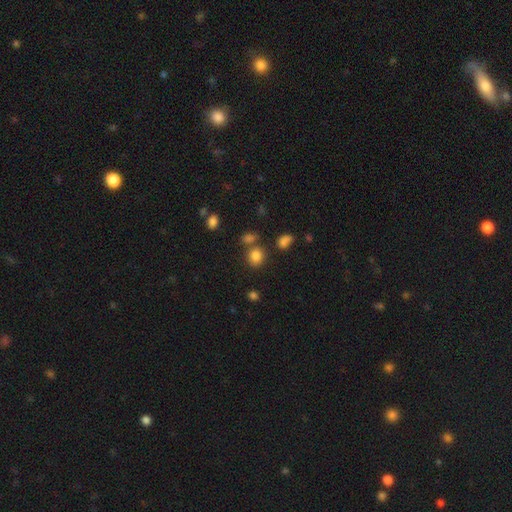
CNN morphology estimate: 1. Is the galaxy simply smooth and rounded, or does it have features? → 82% smooth, 13% star or artifact, 6% featured or disk.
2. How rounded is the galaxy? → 74% round, 25% in between, 1% cigar-shaped.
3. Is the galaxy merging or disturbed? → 70% none, 15% merger, 11% minor disturbance, 4% major disturbance.